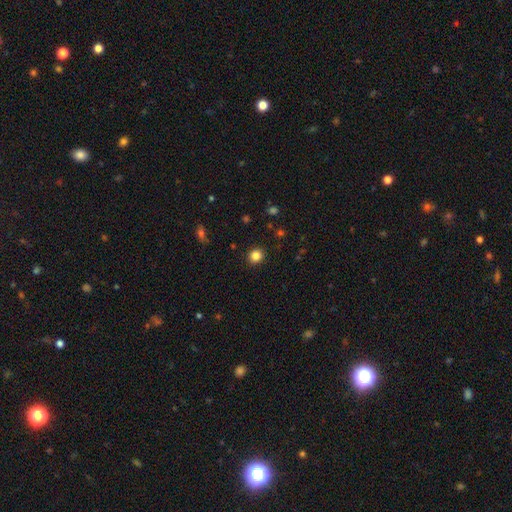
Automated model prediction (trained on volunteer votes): Smooth or featured?
  - smooth: 84% *
  - star or artifact: 12%
  - featured or disk: 4%
How rounded?
  - round: 86% *
  - in between: 13%
  - cigar-shaped: 1%
Merging?
  - none: 91% *
  - minor disturbance: 6%
  - major disturbance: 2%
  - merger: 1%